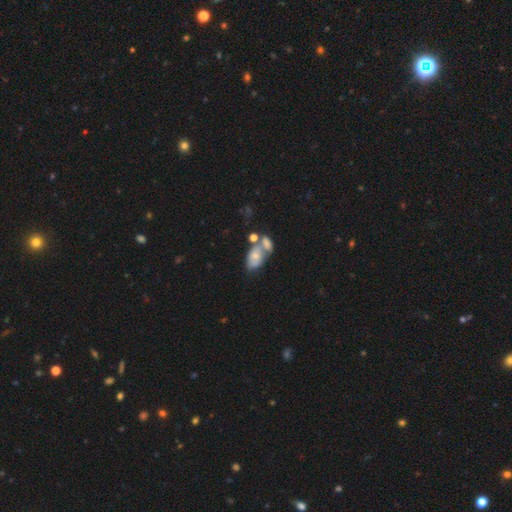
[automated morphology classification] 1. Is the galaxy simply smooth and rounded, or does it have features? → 55% smooth, 36% featured or disk, 9% star or artifact.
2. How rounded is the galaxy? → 90% in between, 8% round, 2% cigar-shaped.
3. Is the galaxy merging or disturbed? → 53% merger, 24% none, 14% minor disturbance, 9% major disturbance.